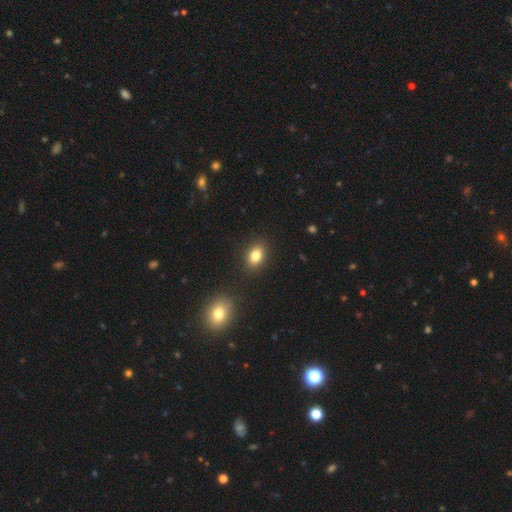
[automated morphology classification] smooth 82%, star or artifact 10%, featured or disk 8%. Down the decision tree: how rounded — in between (78%); merging — none (87%).